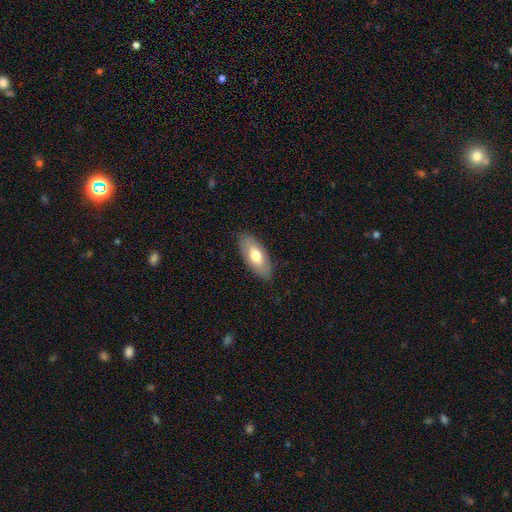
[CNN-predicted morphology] Smooth or featured? smooth (67%)
How rounded? in between (85%)
Merging? none (86%)